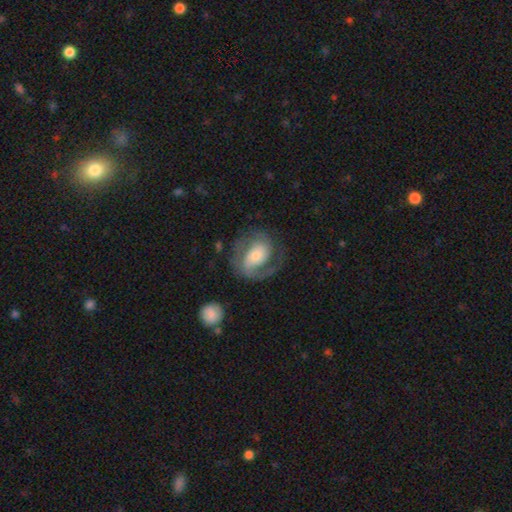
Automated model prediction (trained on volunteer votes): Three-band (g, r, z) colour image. It shows a featured or disk galaxy (77%) with no bar (49%), 2 (73%) medium (47%) spiral arms (92%) and a small central bulge (39%, tied with moderate). Merging: none (66%).